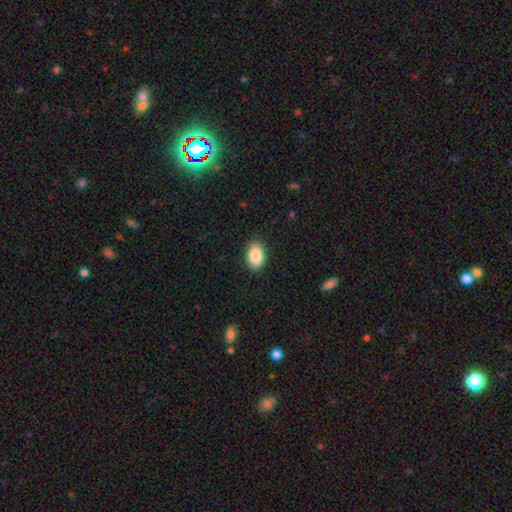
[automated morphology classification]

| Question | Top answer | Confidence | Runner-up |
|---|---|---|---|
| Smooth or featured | smooth | 88% | star or artifact (7%) |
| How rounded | in between | 90% | round (9%) |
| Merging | none | 86% | minor disturbance (11%) |